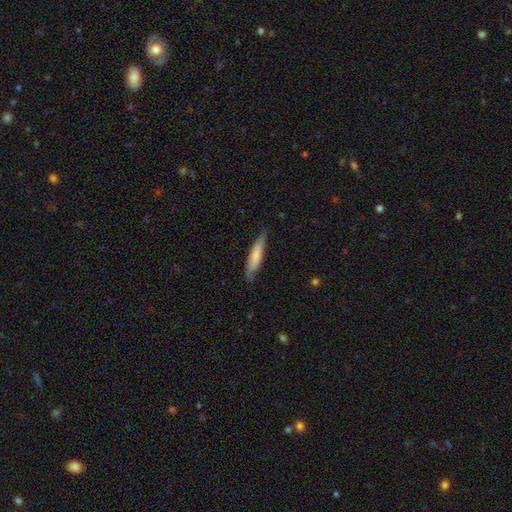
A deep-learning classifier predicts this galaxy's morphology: This appears to be a smooth galaxy with no disk features (72%) that is cigar-shaped (83%). Merging: none (77%).